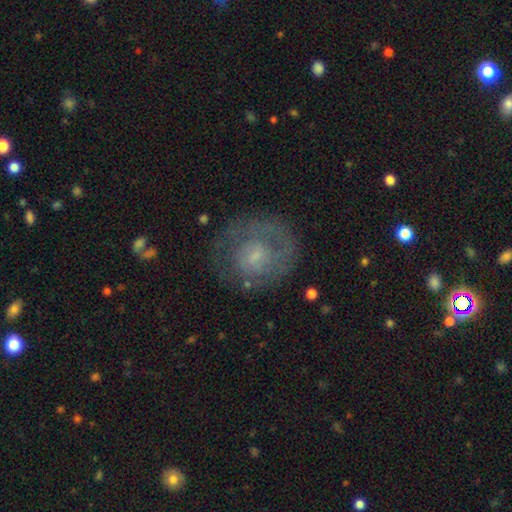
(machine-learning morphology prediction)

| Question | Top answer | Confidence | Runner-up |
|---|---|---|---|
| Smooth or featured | featured or disk | 62% | smooth (29%) |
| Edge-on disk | no | 98% | yes (2%) |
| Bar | no | 68% | weak (28%) |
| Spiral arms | yes | 72% | no (28%) |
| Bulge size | small | 63% | moderate (22%) |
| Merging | none | 67% | minor disturbance (17%) |